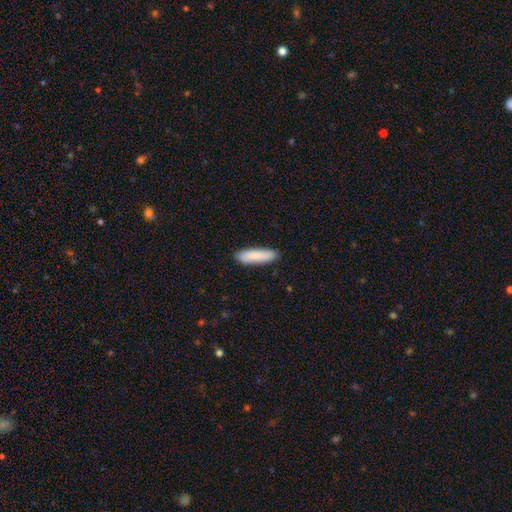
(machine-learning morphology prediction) A smooth galaxy with no disk features (87%) that is cigar-shaped (69%).

Vote fractions:
- Smooth or featured? smooth: 87% / featured or disk: 7% / star or artifact: 5%
- How rounded? cigar-shaped: 69% / in between: 30% / round: 1%
- Merging? none: 88% / minor disturbance: 9% / major disturbance: 2% / merger: 1%